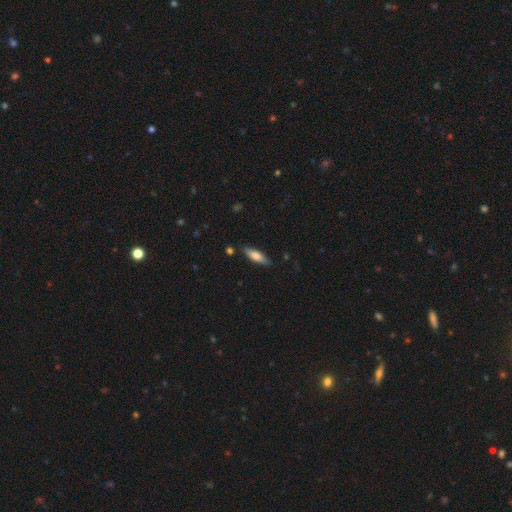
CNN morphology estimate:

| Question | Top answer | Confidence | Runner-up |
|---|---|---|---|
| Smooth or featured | smooth | 67% | featured or disk (27%) |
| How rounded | cigar-shaped | 55% | in between (43%) |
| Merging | none | 84% | minor disturbance (12%) |